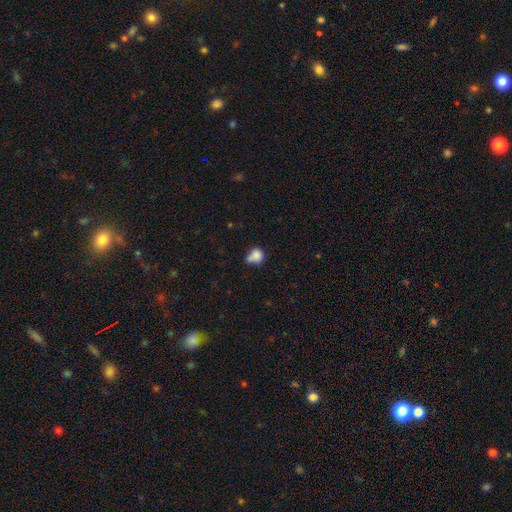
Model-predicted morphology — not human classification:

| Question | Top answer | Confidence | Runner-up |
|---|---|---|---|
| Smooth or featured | smooth | 81% | star or artifact (10%) |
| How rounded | round | 62% | in between (37%) |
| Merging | none | 38% | minor disturbance (32%) |